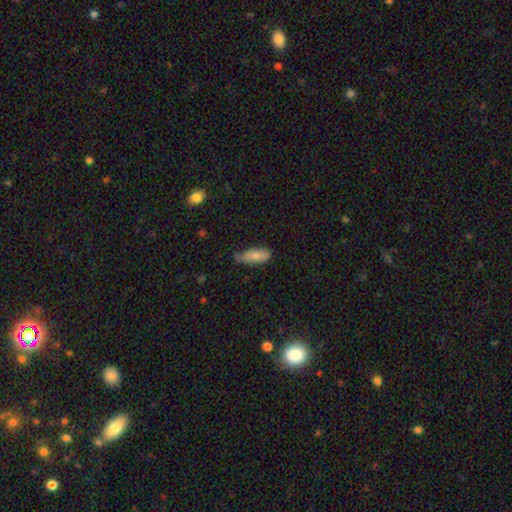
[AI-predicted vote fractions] Morphology: type=smooth (76%); roundness=in between (79%); merging=none (55%).